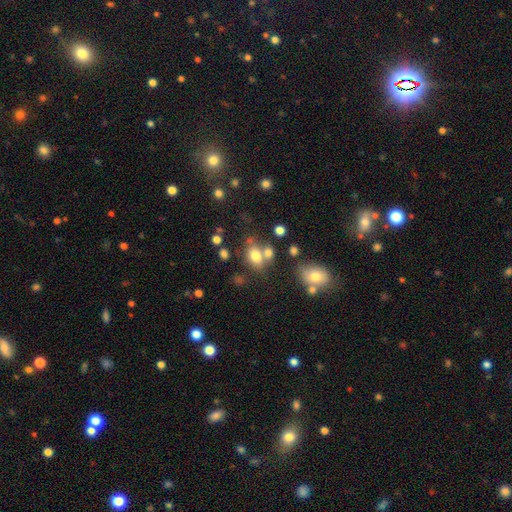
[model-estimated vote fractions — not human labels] The model was most divided on "merging": none: 51%, merger: 29%, minor disturbance: 14%, major disturbance: 6%. More confident: smooth or featured — smooth (75%); how rounded — in between (71%).